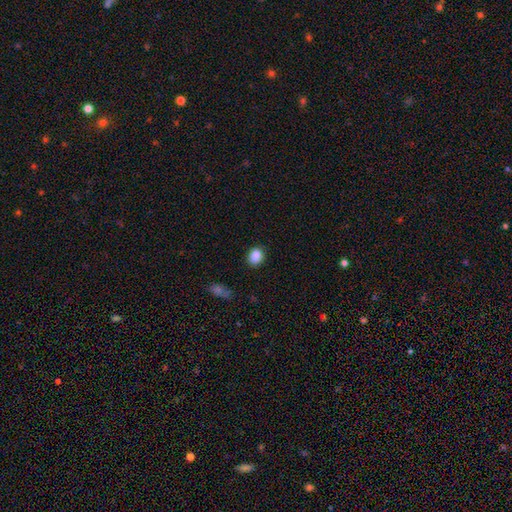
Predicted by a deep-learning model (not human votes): smooth-or-featured: smooth: 87% | star or artifact: 9% | featured or disk: 3%
  how-rounded: round: 50% | in between: 49% | cigar-shaped: 1%
  merging: none: 85% | minor disturbance: 11% | major disturbance: 3% | merger: 1%